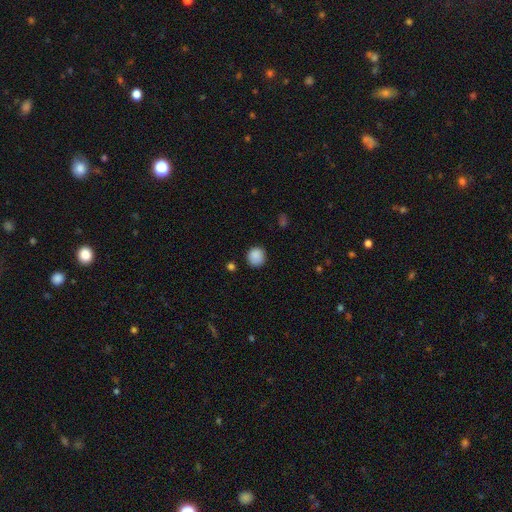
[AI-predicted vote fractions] smooth-or-featured: smooth: 88% | star or artifact: 9% | featured or disk: 3%
  how-rounded: round: 92% | in between: 7% | cigar-shaped: 1%
  merging: none: 86% | minor disturbance: 10% | major disturbance: 3% | merger: 2%